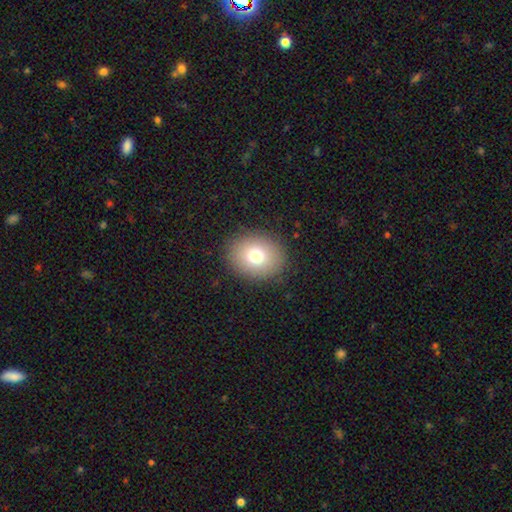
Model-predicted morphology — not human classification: type=smooth (75%); roundness=round (61%); merging=none (89%).